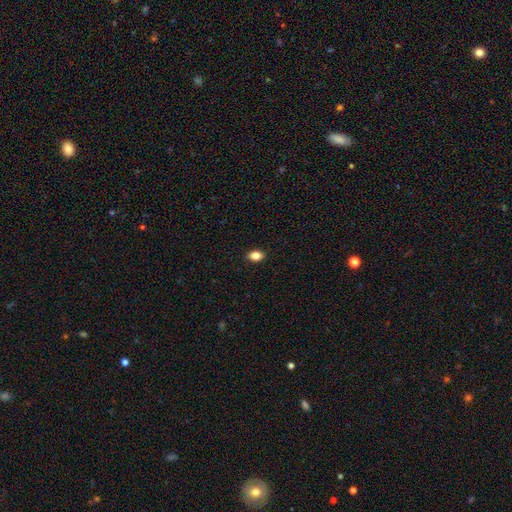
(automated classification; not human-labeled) smooth 84%, star or artifact 9%, featured or disk 6%. Down the decision tree: how rounded — in between (79%); merging — none (90%).